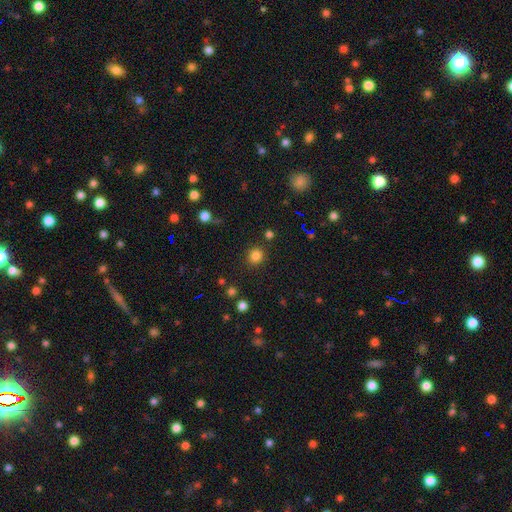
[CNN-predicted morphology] The model was most divided on "smooth or featured": smooth: 82%, star or artifact: 13%, featured or disk: 4%. More confident: merging — none (88%); how rounded — round (88%).